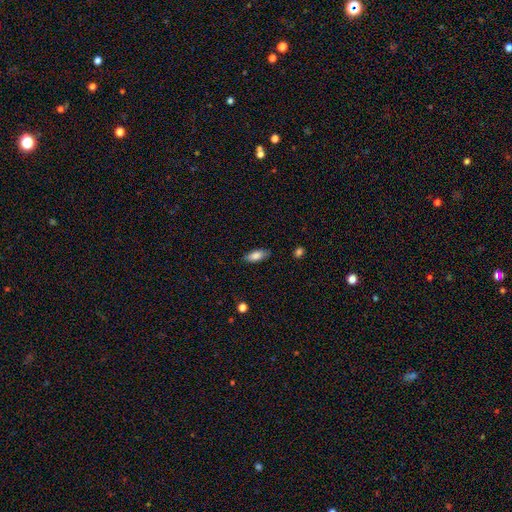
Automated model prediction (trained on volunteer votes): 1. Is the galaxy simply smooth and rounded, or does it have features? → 82% smooth, 11% featured or disk, 7% star or artifact.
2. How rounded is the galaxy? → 80% in between, 17% cigar-shaped, 2% round.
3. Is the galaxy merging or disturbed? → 85% none, 12% minor disturbance, 2% major disturbance, 1% merger.